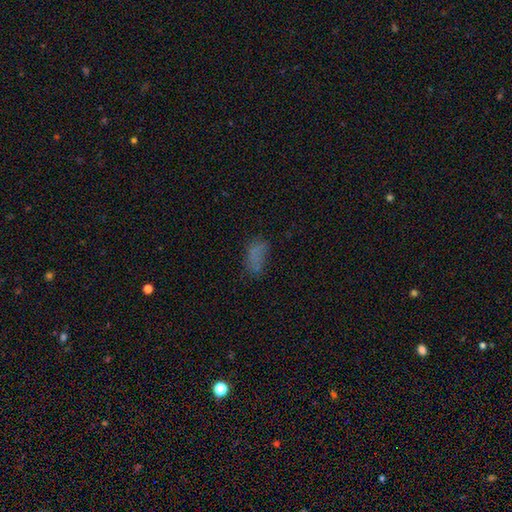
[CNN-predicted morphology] Smooth or featured: smooth — 63% (star or artifact — 20%)
How rounded: in between — 87% (cigar-shaped — 8%)
Merging: none — 51% (minor disturbance — 24%)